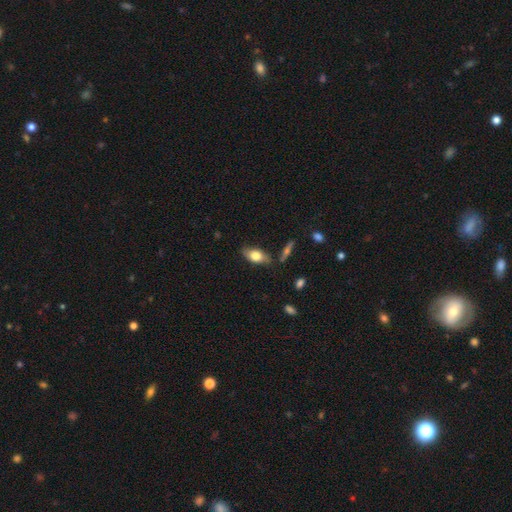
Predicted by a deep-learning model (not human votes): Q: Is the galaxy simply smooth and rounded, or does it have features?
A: smooth — 71%.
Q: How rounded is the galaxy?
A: in between — 86%.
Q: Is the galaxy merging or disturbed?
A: none — 77%.